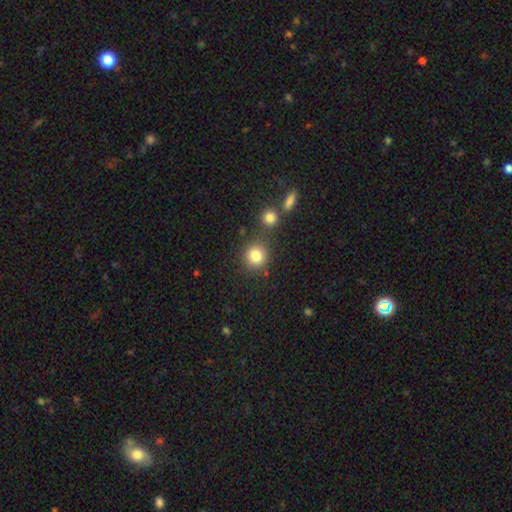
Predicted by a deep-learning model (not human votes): Overall: smooth (82%). How rounded: round (90%). Merging: none (78%).